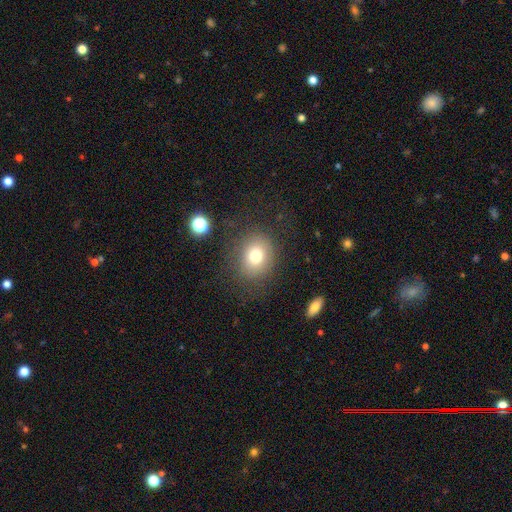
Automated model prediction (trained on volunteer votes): Overall: smooth (76%). How rounded: round (63%; in between 36%). Merging: none (78%).